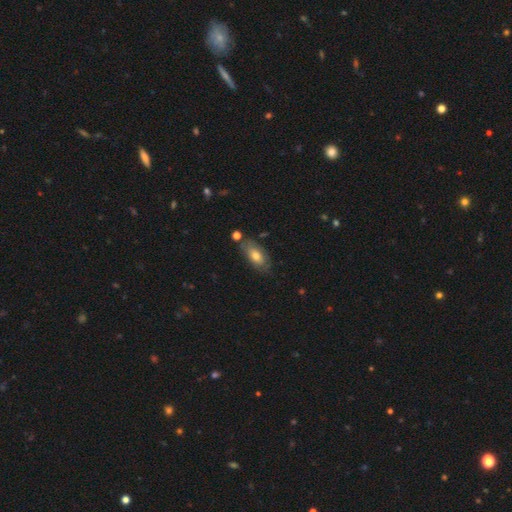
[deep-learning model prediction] smooth-or-featured: smooth: 63% | featured or disk: 29% | star or artifact: 7%
  how-rounded: in between: 88% | cigar-shaped: 8% | round: 4%
  merging: none: 70% | minor disturbance: 19% | merger: 6% | major disturbance: 5%